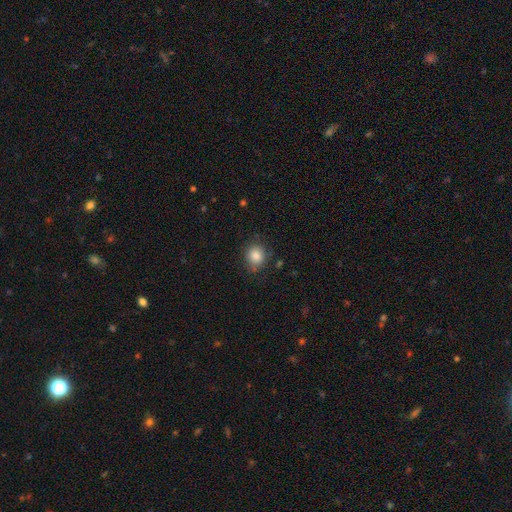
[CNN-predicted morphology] smooth_or_featured: smooth (p=0.85) [alt: star or artifact p=0.09]
how_rounded: round (p=0.70) [alt: in between p=0.29]
merging: none (p=0.80) [alt: minor disturbance p=0.14]